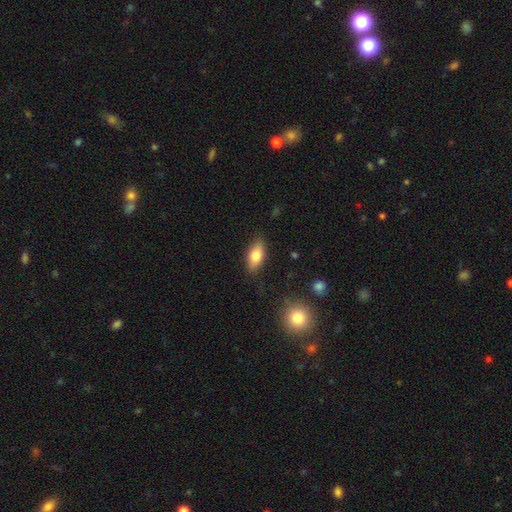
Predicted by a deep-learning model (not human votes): Overall: smooth (78%). How rounded: in between (86%). Merging: none (84%).